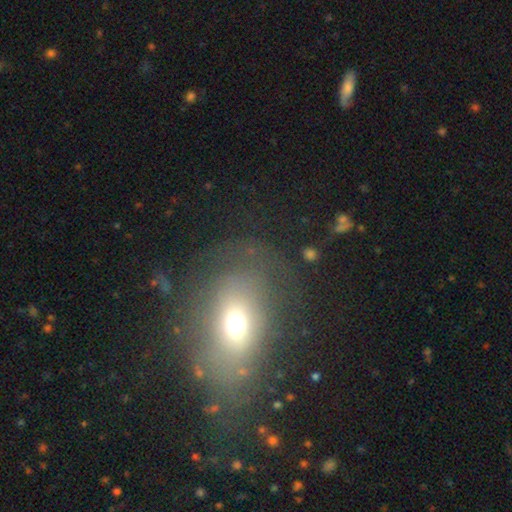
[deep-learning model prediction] The model was most divided on "smooth or featured": smooth: 54%, featured or disk: 27%, star or artifact: 18%. More confident: how rounded — in between (68%); merging — none (62%).